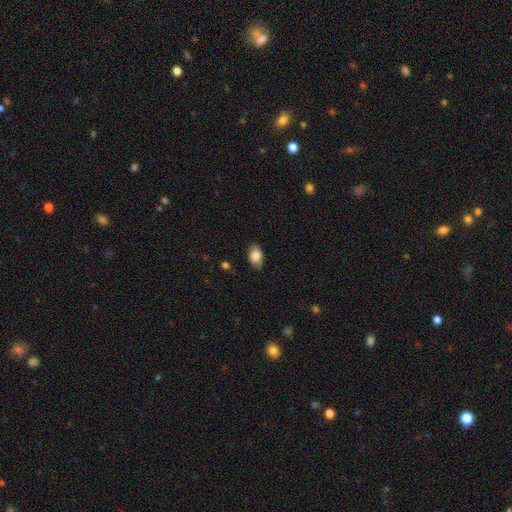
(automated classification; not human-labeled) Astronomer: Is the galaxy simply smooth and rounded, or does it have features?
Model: smooth — 85%.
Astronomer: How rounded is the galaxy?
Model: in between — 91%.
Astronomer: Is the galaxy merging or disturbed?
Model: none — 84%.